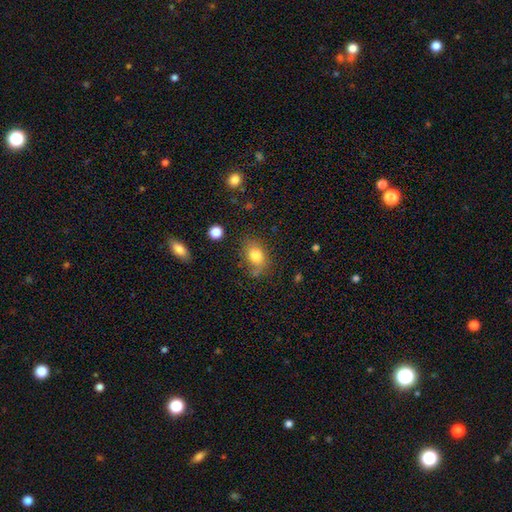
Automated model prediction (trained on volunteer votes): The model was most divided on "how rounded": in between: 71%, round: 28%, cigar-shaped: 2%. More confident: smooth or featured — smooth (80%); merging — none (66%).